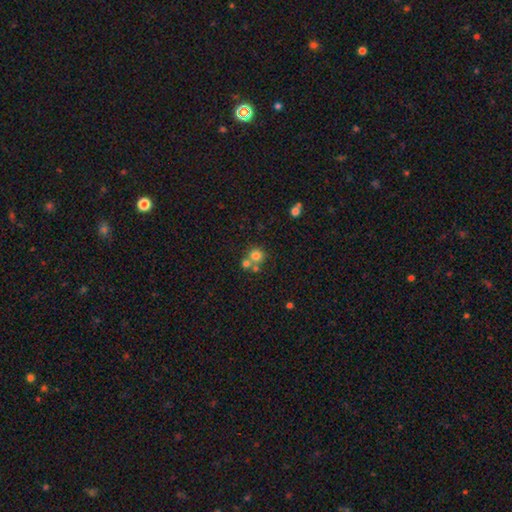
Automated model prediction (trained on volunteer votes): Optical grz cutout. It shows a smooth galaxy with no disk features (76%) that is round (90%). Merging: none (54%).